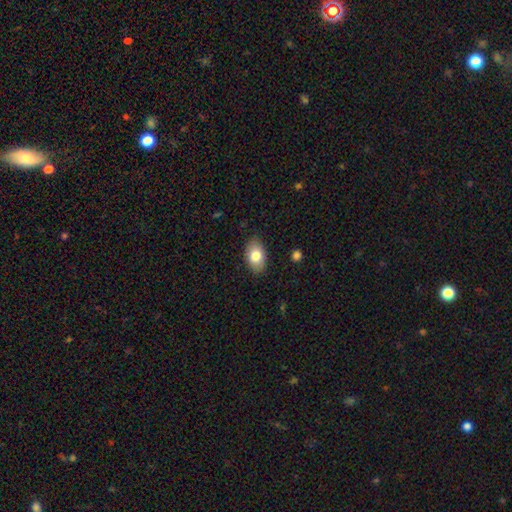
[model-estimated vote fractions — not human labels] smooth-or-featured: smooth: 81% | featured or disk: 12% | star or artifact: 7%
  how-rounded: in between: 91% | round: 8% | cigar-shaped: 1%
  merging: none: 85% | minor disturbance: 12% | major disturbance: 2% | merger: 1%